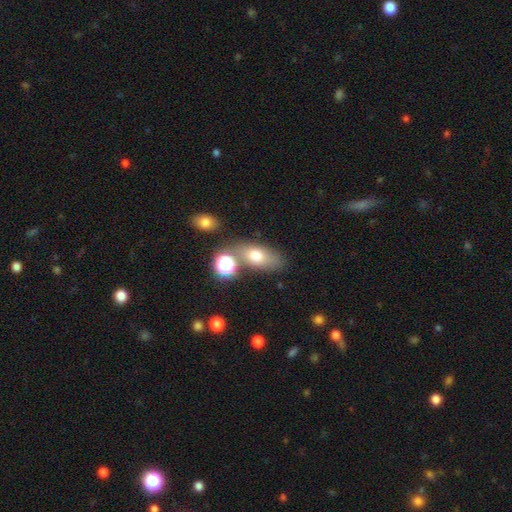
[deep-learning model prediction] A smooth galaxy with no disk features (71%) that is in between round and cigar-shaped (80%).

Vote fractions:
- Smooth or featured? smooth: 71% / featured or disk: 17% / star or artifact: 12%
- How rounded? in between: 80% / round: 14% / cigar-shaped: 6%
- Merging? none: 63% / merger: 16% / minor disturbance: 15% / major disturbance: 6%